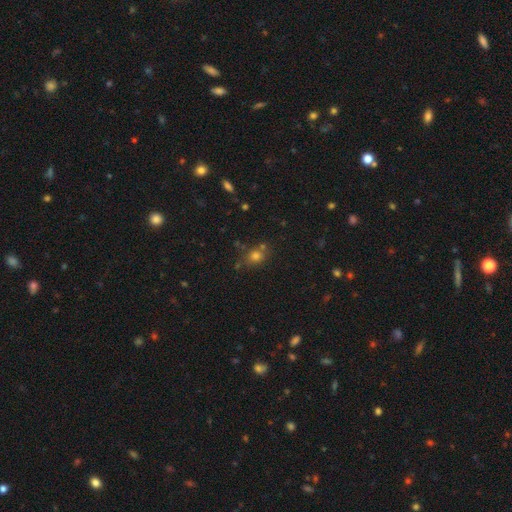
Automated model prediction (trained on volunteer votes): Smooth or featured: smooth — 70% (star or artifact — 21%)
How rounded: round — 66% (in between — 32%)
Merging: none — 69% (minor disturbance — 14%)